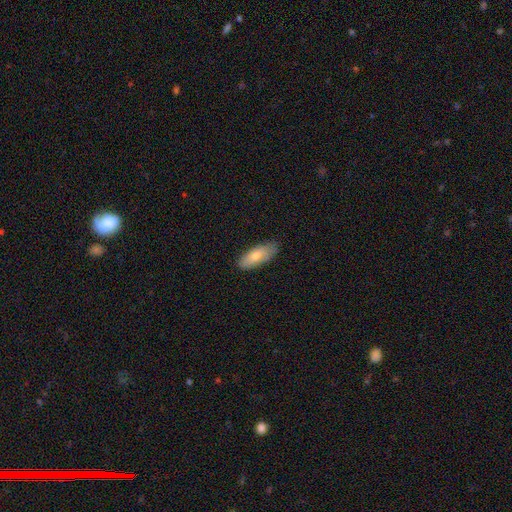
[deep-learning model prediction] Q: Smooth or featured?
A: smooth (71%); runner-up: featured or disk (23%)
Q: How rounded?
A: in between (74%); runner-up: cigar-shaped (23%)
Q: Merging?
A: none (83%); runner-up: minor disturbance (14%)